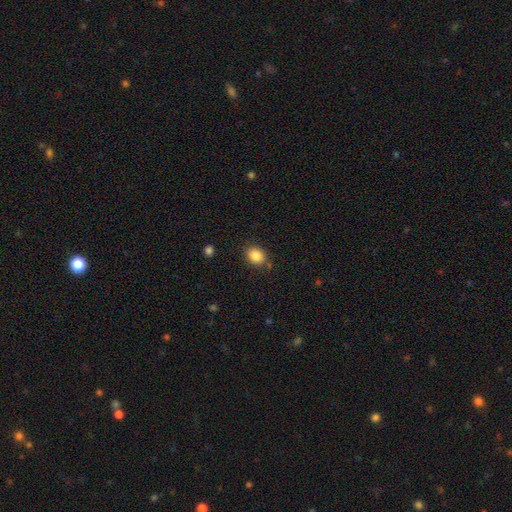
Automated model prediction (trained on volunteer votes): This is clearly a smooth galaxy (86%). How rounded: possibly round (50%). Merging: clearly none (81%).